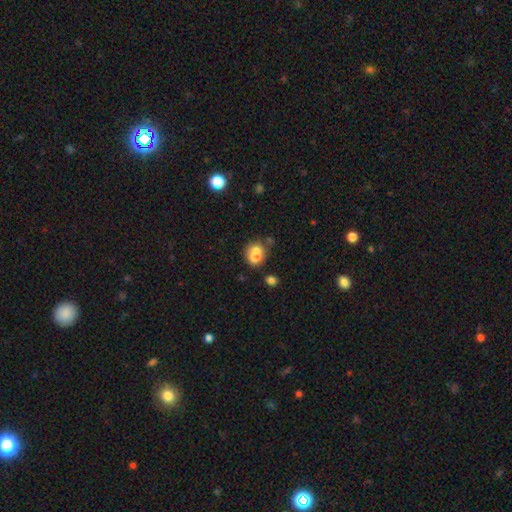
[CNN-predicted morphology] The model was most divided on "how rounded": round: 59%, in between: 40%, cigar-shaped: 1%. More confident: smooth or featured — smooth (68%); merging — merger (59%).